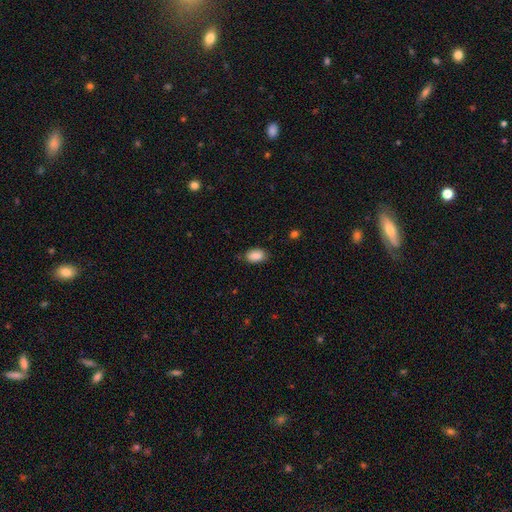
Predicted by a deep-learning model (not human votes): Smooth or featured? Predicted: smooth (p=0.88). How rounded? Predicted: in between (p=0.91). Merging? Predicted: none (p=0.78).